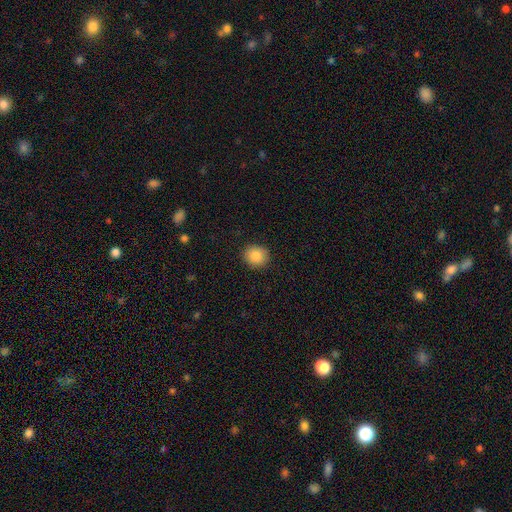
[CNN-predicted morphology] Smooth or featured? Predicted: smooth (p=0.86). How rounded? Predicted: round (p=0.86). Merging? Predicted: none (p=0.91).